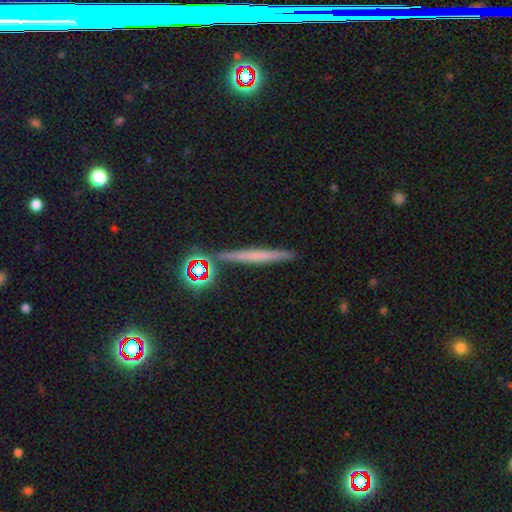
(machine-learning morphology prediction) A smooth galaxy with no disk features (43%).

Vote fractions:
- Smooth or featured? smooth: 43% / featured or disk: 38% / star or artifact: 20%
- Merging? none: 85% / minor disturbance: 8% / merger: 4% / major disturbance: 3%